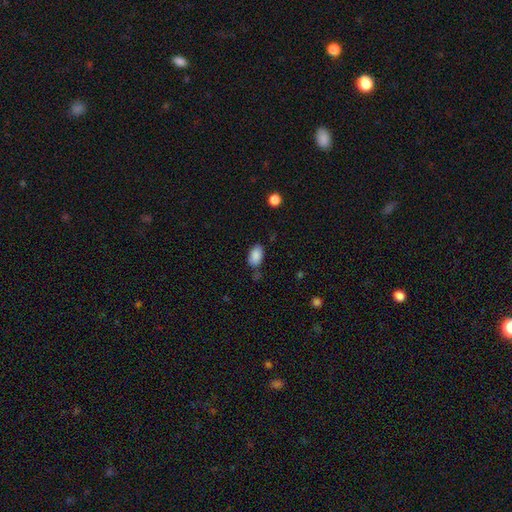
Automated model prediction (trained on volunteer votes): This is clearly a smooth galaxy (88%). How rounded: clearly in between (92%). Merging: likely none (72%).